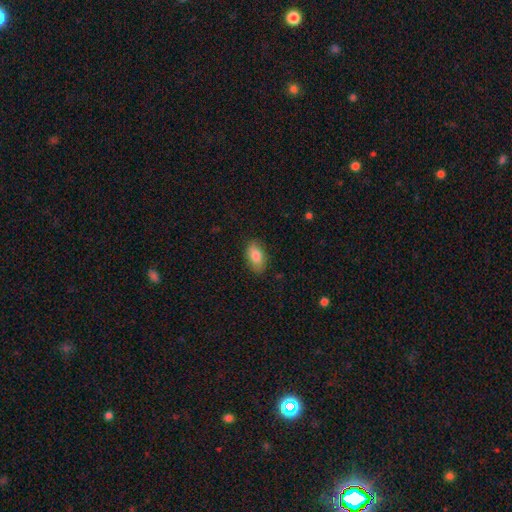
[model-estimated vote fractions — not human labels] smooth-or-featured: smooth: 83% | featured or disk: 10% | star or artifact: 7%
  how-rounded: in between: 91% | round: 5% | cigar-shaped: 4%
  merging: none: 84% | minor disturbance: 12% | major disturbance: 3% | merger: 1%